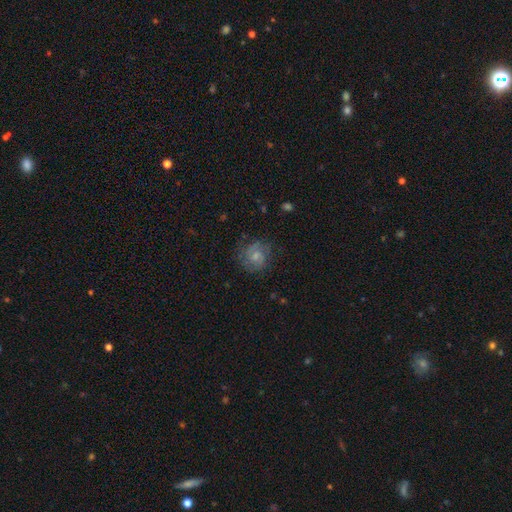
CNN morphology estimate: type=featured or disk (48%); merging=none (68%).